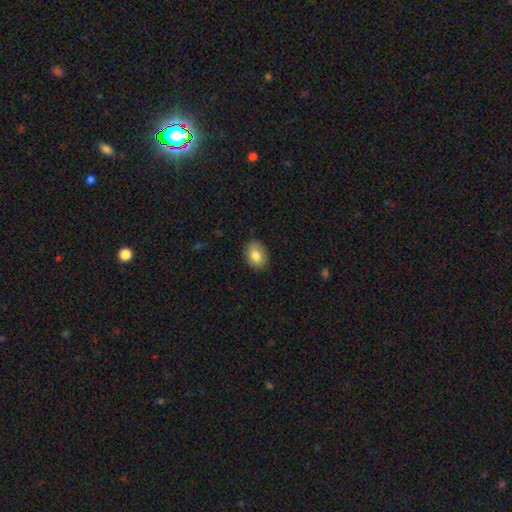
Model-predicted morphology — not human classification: smooth_or_featured: smooth (p=0.82) [alt: featured or disk p=0.10]
how_rounded: in between (p=0.75) [alt: round p=0.24]
merging: none (p=0.85) [alt: minor disturbance p=0.11]